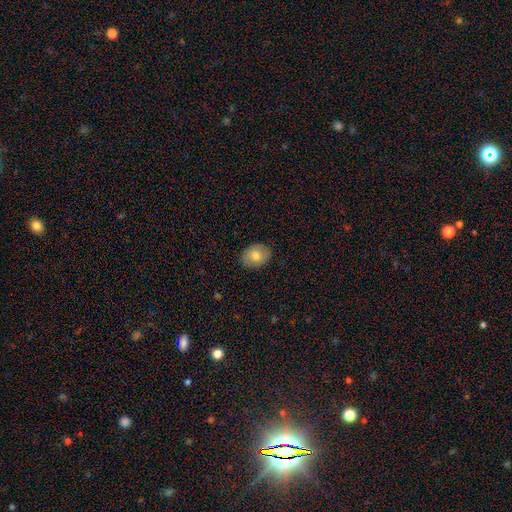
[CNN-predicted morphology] Overall: smooth (77%). How rounded: in between (62%; round 37%). Merging: none (86%).